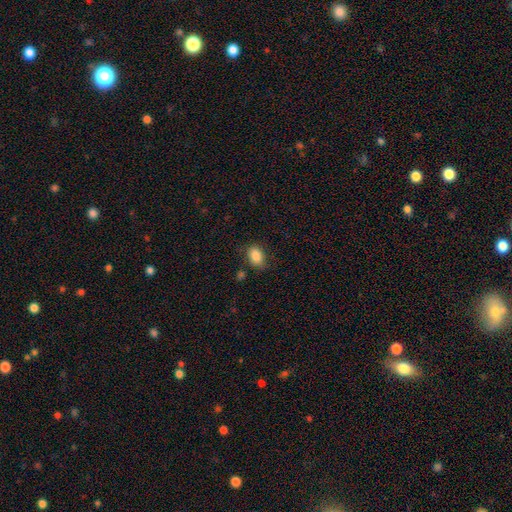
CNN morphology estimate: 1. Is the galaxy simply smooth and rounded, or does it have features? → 86% smooth, 8% star or artifact, 6% featured or disk.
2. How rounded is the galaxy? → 84% in between, 15% round, 2% cigar-shaped.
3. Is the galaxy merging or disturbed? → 75% none, 17% minor disturbance, 4% major disturbance, 4% merger.